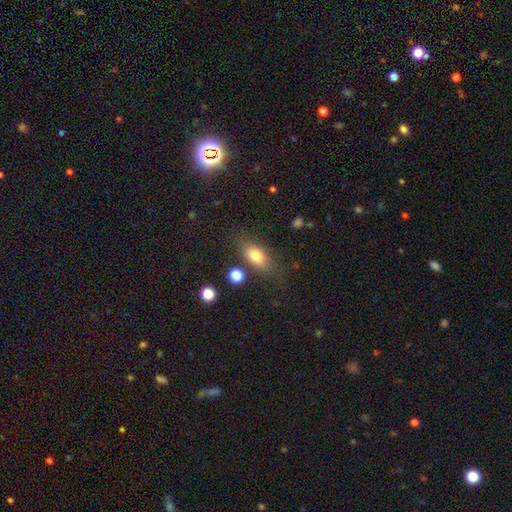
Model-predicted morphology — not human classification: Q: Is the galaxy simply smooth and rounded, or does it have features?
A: smooth — 76%.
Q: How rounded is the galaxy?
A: in between — 78%.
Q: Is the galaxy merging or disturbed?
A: none — 71%.